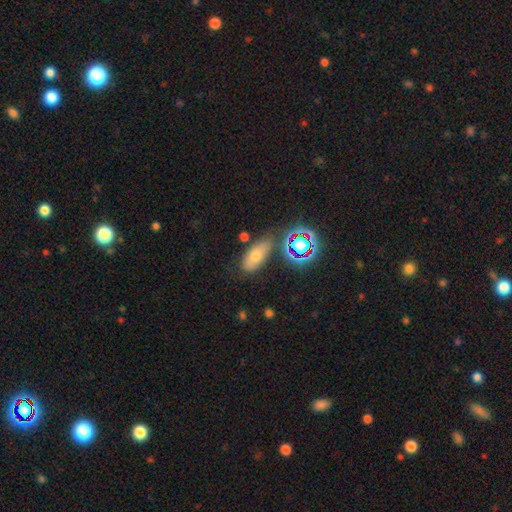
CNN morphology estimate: Smooth or featured?
  - smooth: 58% *
  - star or artifact: 25%
  - featured or disk: 18%
How rounded?
  - in between: 78% *
  - cigar-shaped: 13%
  - round: 9%
Merging?
  - none: 72% *
  - minor disturbance: 16%
  - merger: 7%
  - major disturbance: 5%